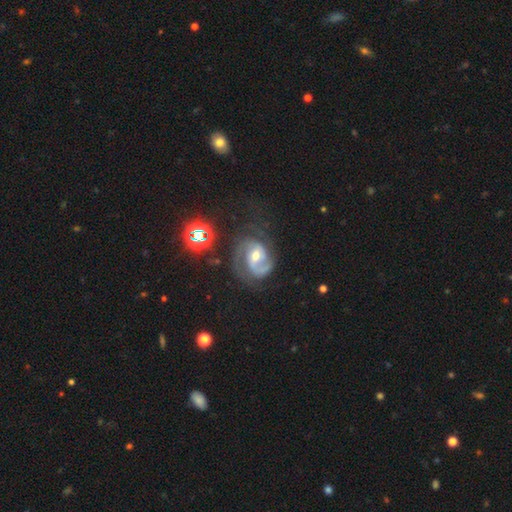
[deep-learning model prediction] The model was most divided on "bar": weak: 48%, no: 32%, strong: 21%. More confident: edge-on disk — no (98%); spiral arms — yes (96%); smooth or featured — featured or disk (85%); spiral arm count — 2 (66%); bulge size — moderate (59%); merging — none (56%); spiral winding — medium (50%).